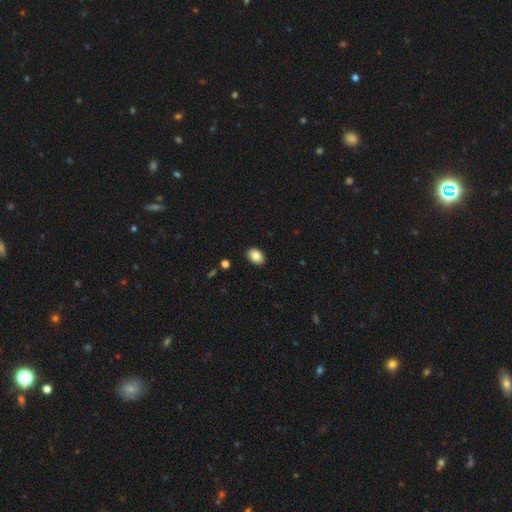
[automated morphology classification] Smooth or featured?
  - smooth: 86% *
  - star or artifact: 8%
  - featured or disk: 6%
How rounded?
  - in between: 79% *
  - round: 20%
  - cigar-shaped: 1%
Merging?
  - none: 90% *
  - minor disturbance: 7%
  - major disturbance: 2%
  - merger: 1%